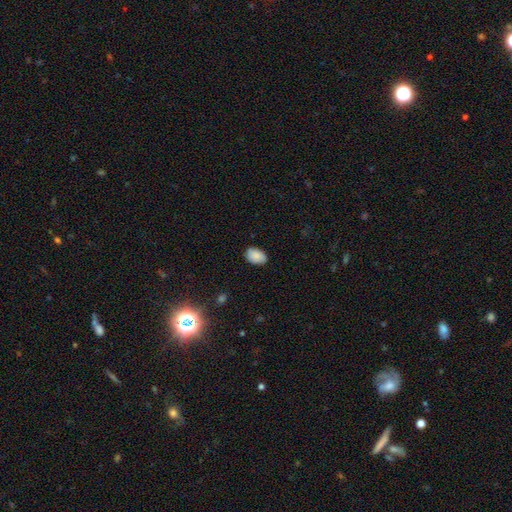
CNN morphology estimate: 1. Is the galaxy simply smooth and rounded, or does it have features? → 87% smooth, 8% star or artifact, 5% featured or disk.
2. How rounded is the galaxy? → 89% in between, 10% round, 1% cigar-shaped.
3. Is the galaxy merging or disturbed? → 83% none, 13% minor disturbance, 2% major disturbance, 1% merger.